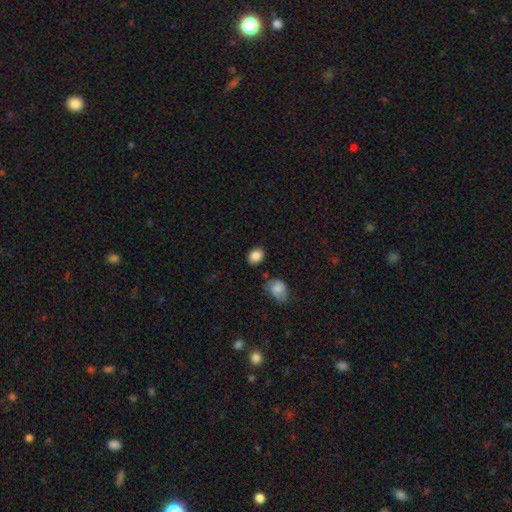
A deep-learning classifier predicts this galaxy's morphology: Smooth or featured? smooth (87%)
How rounded? in between (59%)
Merging? none (80%)